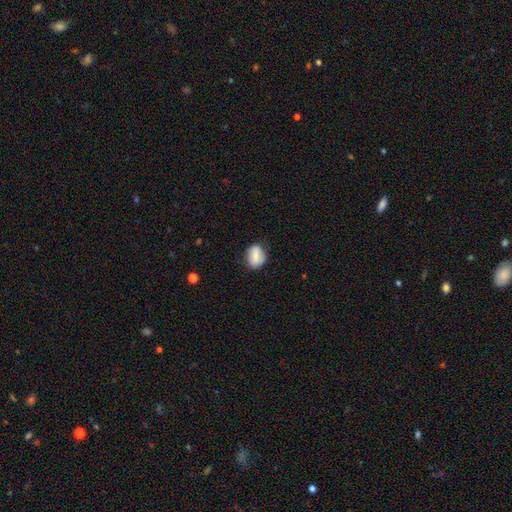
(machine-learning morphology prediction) This appears to be a smooth galaxy with no disk features (70%) that is in between round and cigar-shaped (58%). Merging: none (72%).